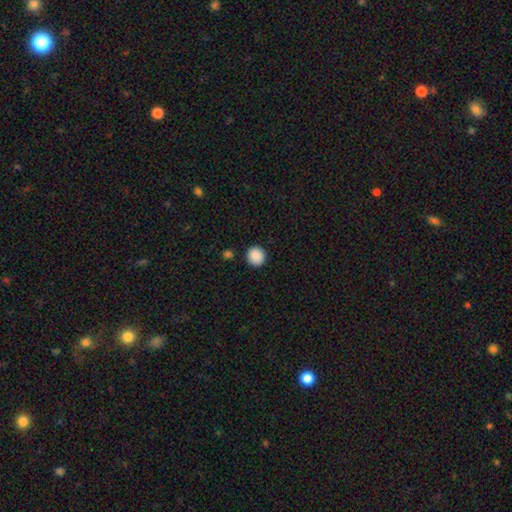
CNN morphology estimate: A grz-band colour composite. It shows a smooth galaxy with no disk features (89%) that is round (93%). Merging: none (90%).